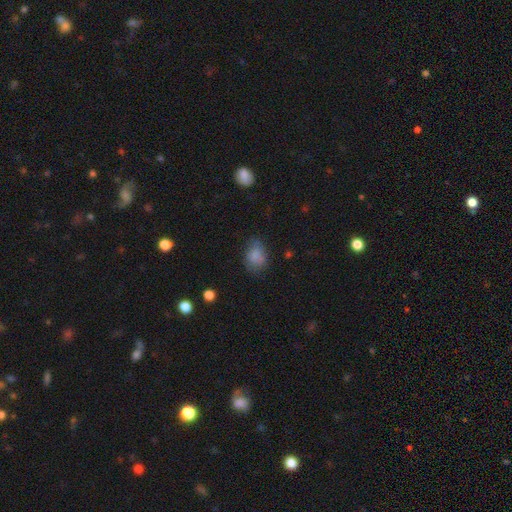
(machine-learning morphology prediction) Smooth or featured: smooth — 81% (star or artifact — 10%)
How rounded: in between — 69% (round — 30%)
Merging: none — 59% (minor disturbance — 29%)